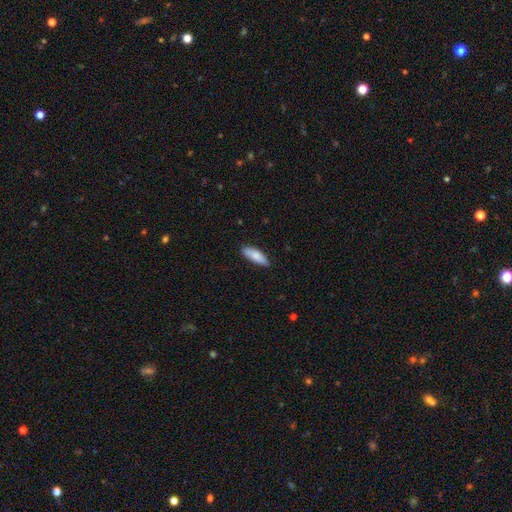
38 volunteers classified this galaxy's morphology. Smooth or featured? 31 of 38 (82%) said smooth. How rounded? 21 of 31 (68%) said in between. Merging? 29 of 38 (76%) said none.